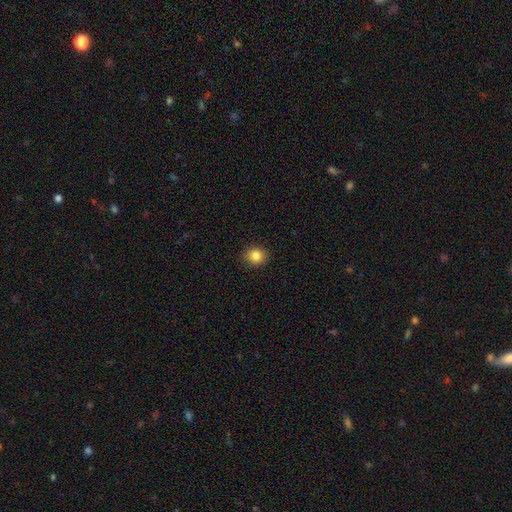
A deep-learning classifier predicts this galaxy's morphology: Smooth or featured: smooth — 85% (star or artifact — 11%)
How rounded: round — 83% (in between — 16%)
Merging: none — 90% (minor disturbance — 8%)